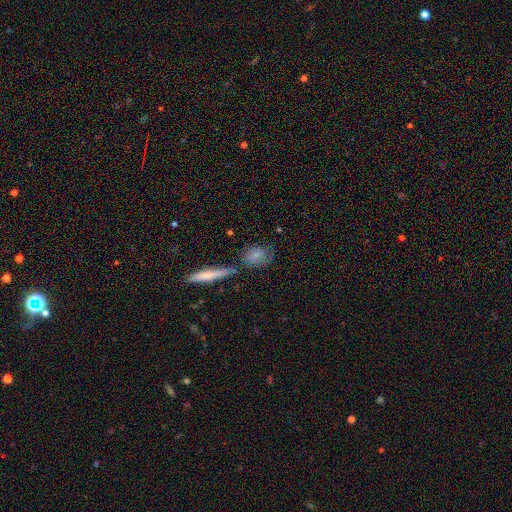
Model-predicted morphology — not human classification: Q: Smooth or featured?
A: smooth (69%); runner-up: featured or disk (22%)
Q: How rounded?
A: in between (61%); runner-up: round (26%)
Q: Merging?
A: none (60%); runner-up: minor disturbance (20%)